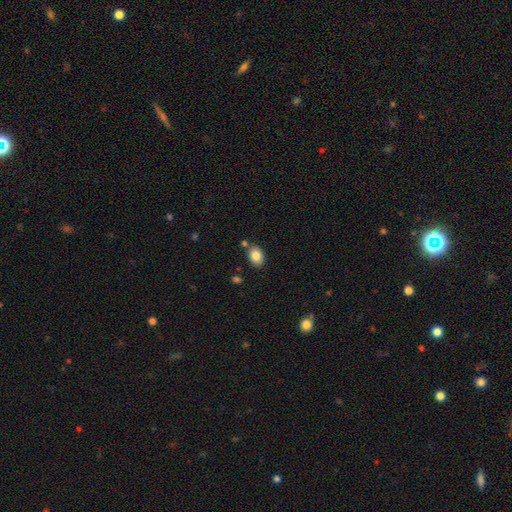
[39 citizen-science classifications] Volunteers were most divided on "merging": none: 76%, minor disturbance: 13%, major disturbance: 5%, merger: 5%. More confident: how rounded — in between (88%); smooth or featured — smooth (85%).